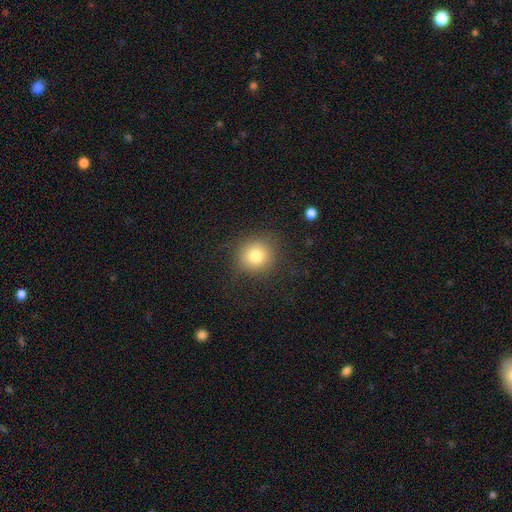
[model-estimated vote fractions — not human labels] smooth-or-featured: smooth: 78% | star or artifact: 12% | featured or disk: 10%
  how-rounded: round: 90% | in between: 9% | cigar-shaped: 1%
  merging: none: 86% | minor disturbance: 9% | major disturbance: 4% | merger: 1%